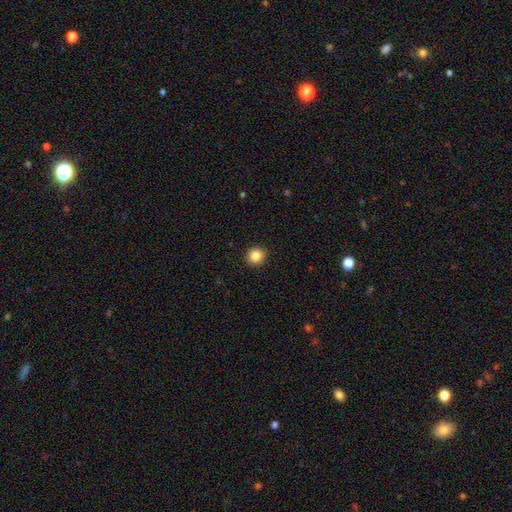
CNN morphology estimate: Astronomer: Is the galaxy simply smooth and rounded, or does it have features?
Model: smooth — 85%.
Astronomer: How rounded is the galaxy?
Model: round — 90%.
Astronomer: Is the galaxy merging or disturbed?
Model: none — 92%.